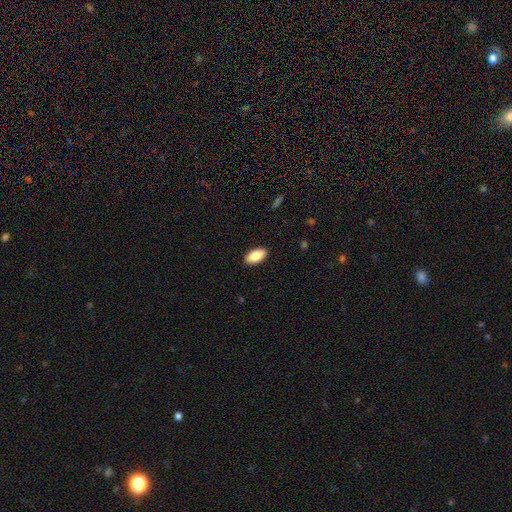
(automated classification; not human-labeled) smooth_or_featured: smooth (p=0.88) [alt: star or artifact p=0.06]
how_rounded: in between (p=0.95) [alt: cigar-shaped p=0.03]
merging: none (p=0.90) [alt: minor disturbance p=0.07]